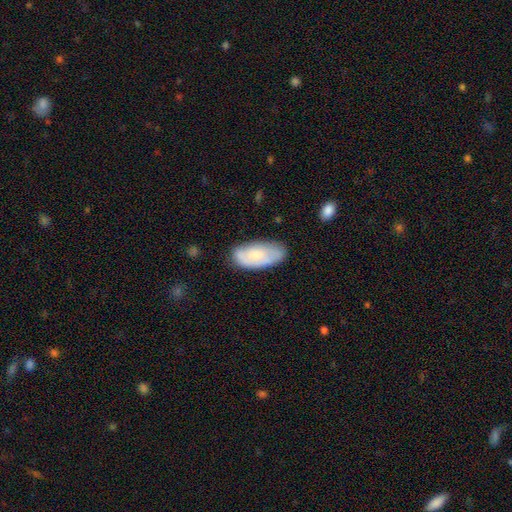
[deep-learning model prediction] Q: Smooth or featured?
A: smooth (62%); runner-up: featured or disk (32%)
Q: How rounded?
A: in between (90%); runner-up: cigar-shaped (8%)
Q: Merging?
A: none (69%); runner-up: minor disturbance (23%)